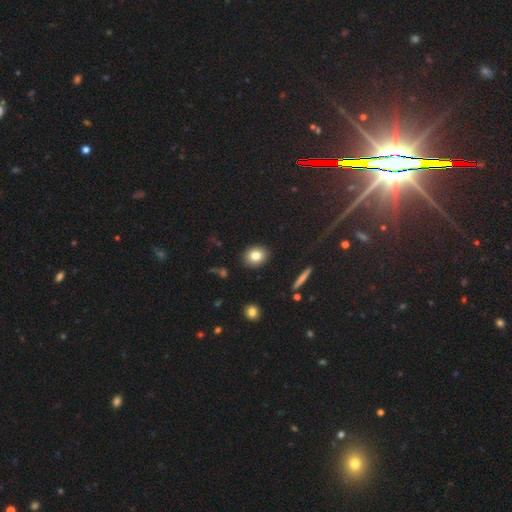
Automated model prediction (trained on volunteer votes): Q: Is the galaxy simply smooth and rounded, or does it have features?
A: smooth — 80%.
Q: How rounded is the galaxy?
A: round — 62%.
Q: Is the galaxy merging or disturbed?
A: none — 90%.